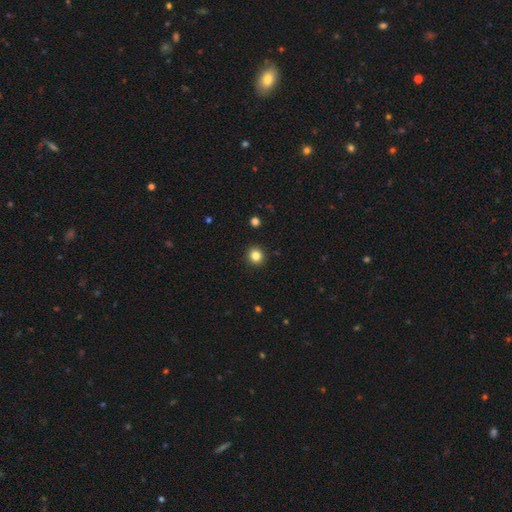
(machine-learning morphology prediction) Smooth or featured? Predicted: smooth (p=0.83). How rounded? Predicted: round (p=0.92). Merging? Predicted: none (p=0.93).